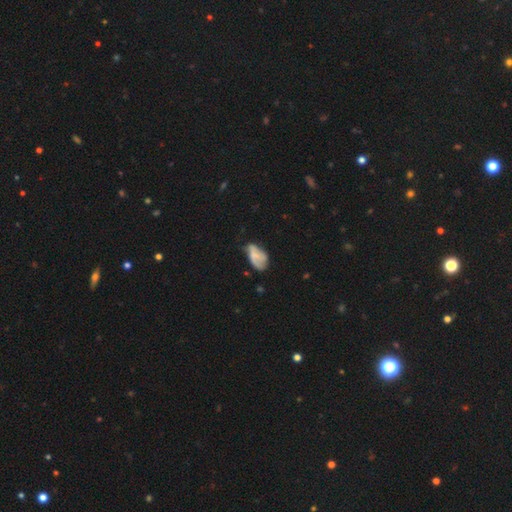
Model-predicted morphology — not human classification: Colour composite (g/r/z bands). It shows a smooth galaxy with no disk features (58%) that is in between round and cigar-shaped (91%). Merging: minor disturbance (39%).